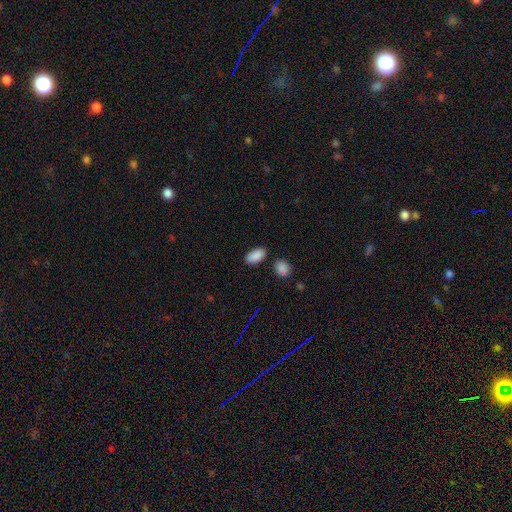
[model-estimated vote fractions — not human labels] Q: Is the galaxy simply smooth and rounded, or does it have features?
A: smooth — 88%.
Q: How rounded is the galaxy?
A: in between — 94%.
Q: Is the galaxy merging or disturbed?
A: none — 81%.